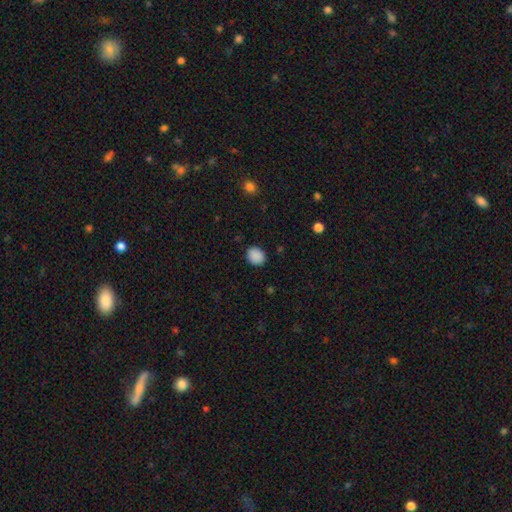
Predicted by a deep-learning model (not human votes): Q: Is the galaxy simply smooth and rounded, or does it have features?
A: smooth — 89%.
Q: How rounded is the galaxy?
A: round — 63%.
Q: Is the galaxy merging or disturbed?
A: none — 87%.